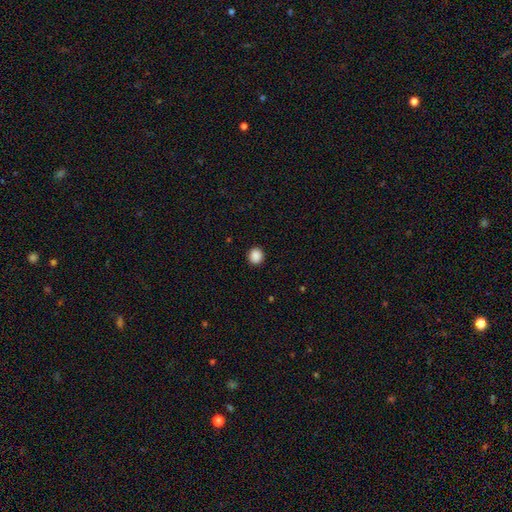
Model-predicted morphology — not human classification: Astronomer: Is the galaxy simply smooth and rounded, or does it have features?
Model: smooth — 88%.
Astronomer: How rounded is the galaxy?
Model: round — 90%.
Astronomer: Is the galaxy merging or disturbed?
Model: none — 92%.